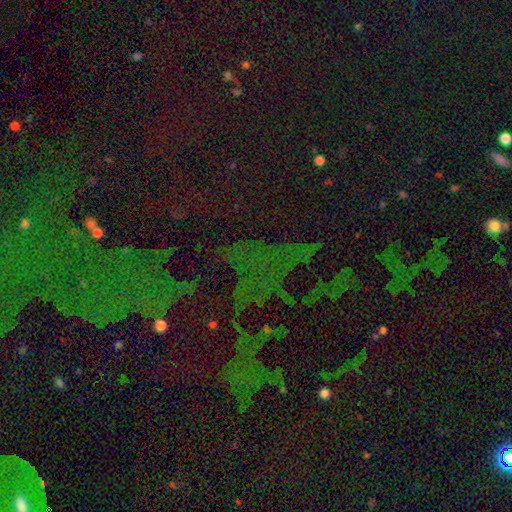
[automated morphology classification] smooth-or-featured: star or artifact: 76% | smooth: 13% | featured or disk: 10%